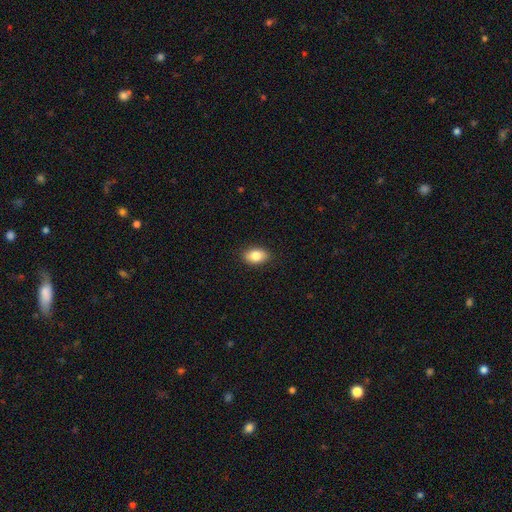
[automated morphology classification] type=smooth (83%); roundness=in between (86%); merging=none (89%).